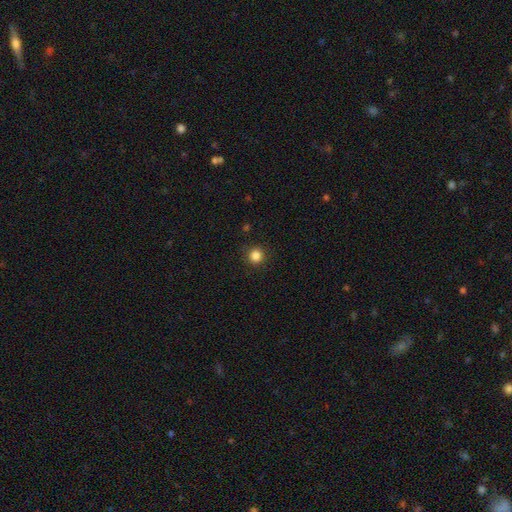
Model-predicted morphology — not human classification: Q: Smooth or featured?
A: smooth (85%); runner-up: star or artifact (12%)
Q: How rounded?
A: round (93%); runner-up: in between (6%)
Q: Merging?
A: none (90%); runner-up: minor disturbance (7%)